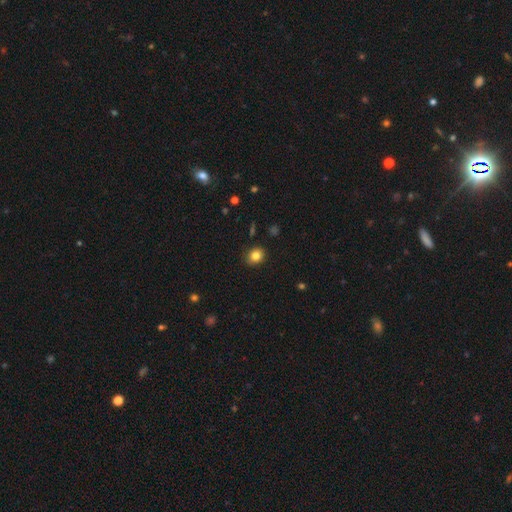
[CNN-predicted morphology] Smooth or featured: smooth — 83% (star or artifact — 10%)
How rounded: round — 61% (in between — 39%)
Merging: none — 89% (minor disturbance — 8%)